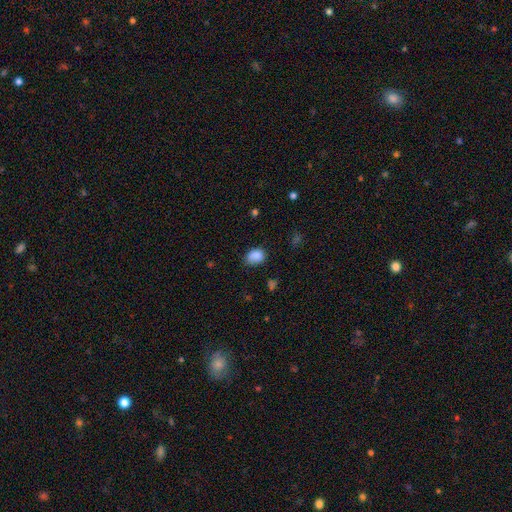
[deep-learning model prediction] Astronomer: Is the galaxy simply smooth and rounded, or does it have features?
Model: smooth — 86%.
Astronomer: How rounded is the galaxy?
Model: in between — 66%.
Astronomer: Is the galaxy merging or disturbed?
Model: none — 65%.